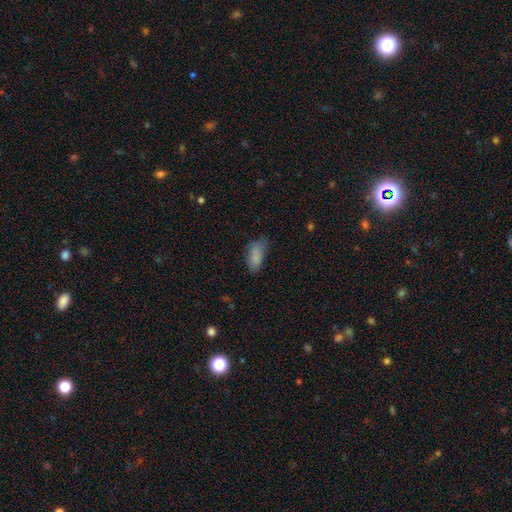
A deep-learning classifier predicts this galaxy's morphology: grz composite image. It shows a smooth galaxy with no disk features (84%) that is in between round and cigar-shaped (89%). Merging: none (60%).